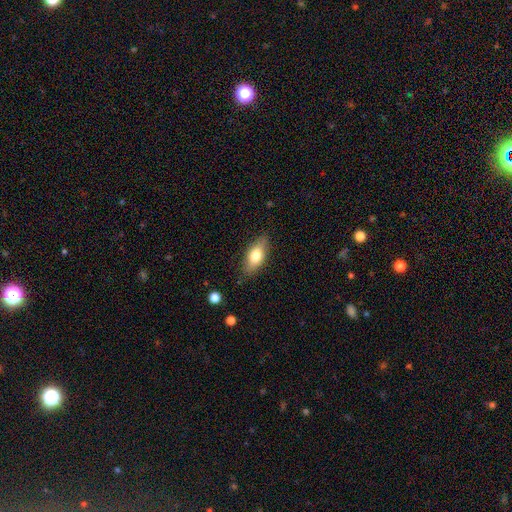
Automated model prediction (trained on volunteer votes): The model was most divided on "smooth or featured": smooth: 71%, featured or disk: 22%, star or artifact: 7%. More confident: merging — none (84%); how rounded — in between (81%).